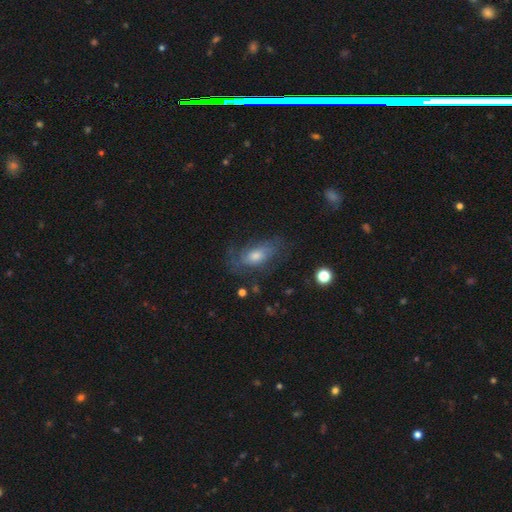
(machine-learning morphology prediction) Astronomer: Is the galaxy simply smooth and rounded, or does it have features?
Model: featured or disk — 54% (runner-up: smooth, 35%).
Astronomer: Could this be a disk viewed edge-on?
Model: no — 87%.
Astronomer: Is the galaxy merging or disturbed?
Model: none — 61%.